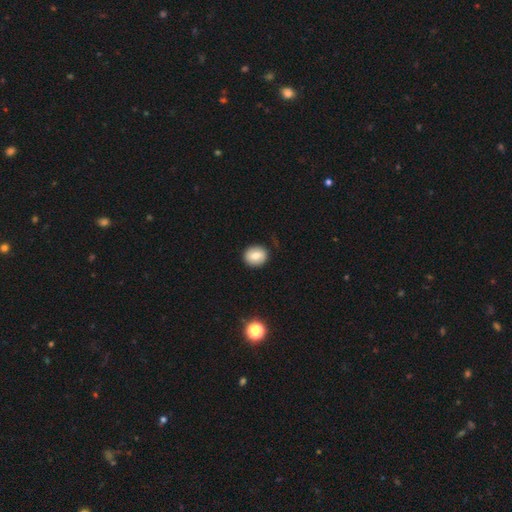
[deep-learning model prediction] This is likely a smooth galaxy (75%). How rounded: likely round (79%). Merging: clearly none (86%).